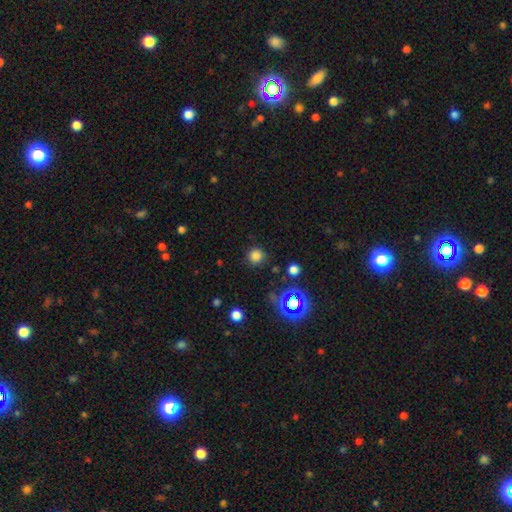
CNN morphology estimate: Q: Smooth or featured?
A: smooth (76%); runner-up: star or artifact (20%)
Q: How rounded?
A: round (94%); runner-up: in between (5%)
Q: Merging?
A: none (86%); runner-up: minor disturbance (8%)